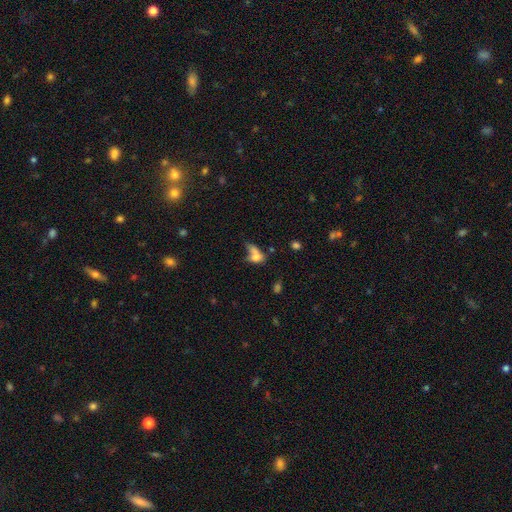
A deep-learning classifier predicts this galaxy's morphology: The model was most divided on "merging": merger: 36%, major disturbance: 26%, none: 22%, minor disturbance: 16%. More confident: how rounded — in between (70%); smooth or featured — smooth (64%).